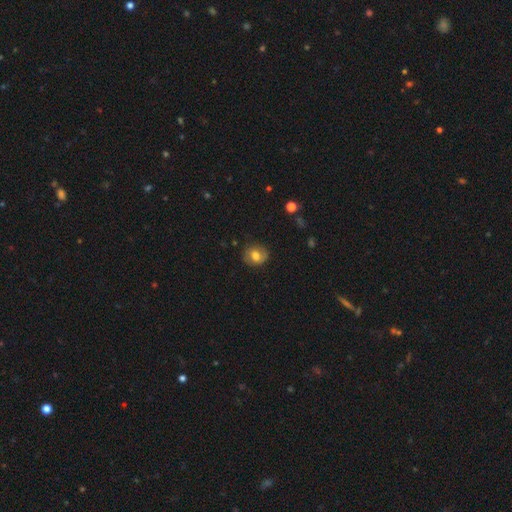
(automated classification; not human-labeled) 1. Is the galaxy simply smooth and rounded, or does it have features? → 66% smooth, 25% featured or disk, 9% star or artifact.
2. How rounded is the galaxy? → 71% round, 28% in between, 1% cigar-shaped.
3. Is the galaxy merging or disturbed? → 80% none, 15% minor disturbance, 4% major disturbance, 1% merger.